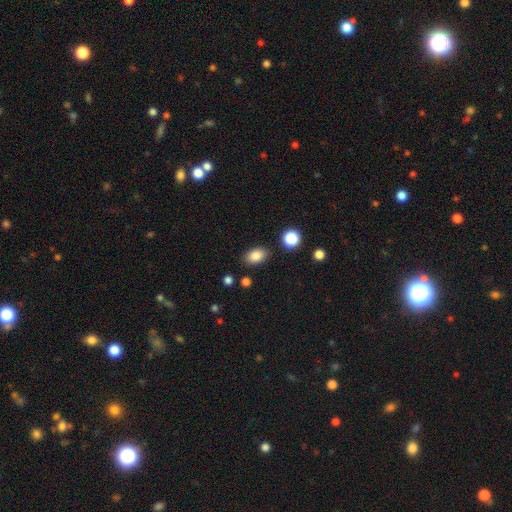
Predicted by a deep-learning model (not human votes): A smooth galaxy with no disk features (85%) that is in between round and cigar-shaped (85%).

Vote fractions:
- Smooth or featured? smooth: 85% / star or artifact: 9% / featured or disk: 6%
- How rounded? in between: 85% / round: 13% / cigar-shaped: 1%
- Merging? none: 85% / minor disturbance: 10% / major disturbance: 3% / merger: 3%